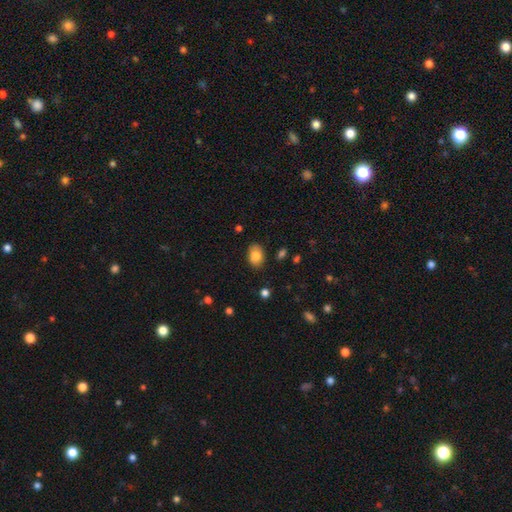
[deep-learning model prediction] The model was most divided on "how rounded": in between: 82%, round: 17%, cigar-shaped: 1%. More confident: smooth or featured — smooth (83%); merging — none (83%).